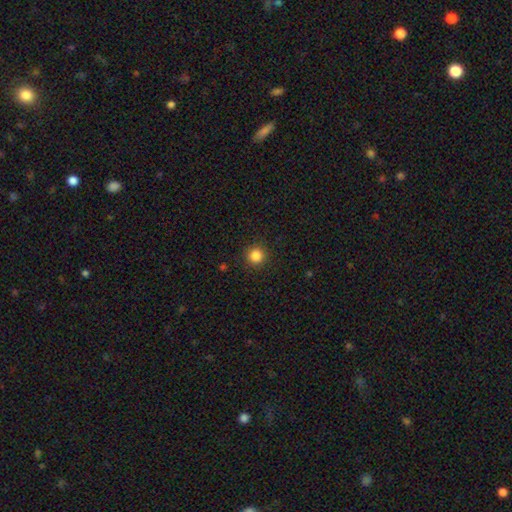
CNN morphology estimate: A smooth galaxy with no disk features (85%) that is round (95%).

Vote fractions:
- Smooth or featured? smooth: 85% / star or artifact: 12% / featured or disk: 4%
- How rounded? round: 95% / in between: 4% / cigar-shaped: 1%
- Merging? none: 91% / minor disturbance: 6% / major disturbance: 2% / merger: 1%